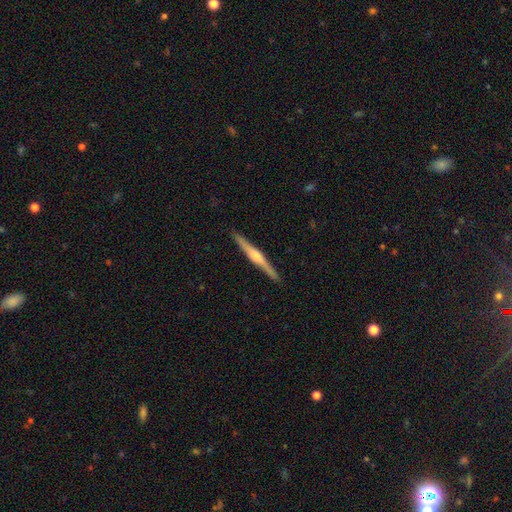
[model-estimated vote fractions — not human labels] featured or disk 77%, smooth 18%, star or artifact 5%. Down the decision tree: edge-on disk — yes (98%); edge-on bulge — rounded (81%); merging — none (92%).